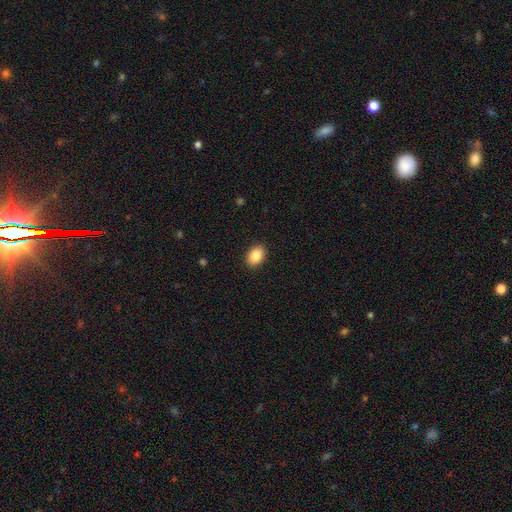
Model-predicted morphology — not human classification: The model was most divided on "how rounded": in between: 82%, round: 17%, cigar-shaped: 1%. More confident: merging — none (90%); smooth or featured — smooth (87%).